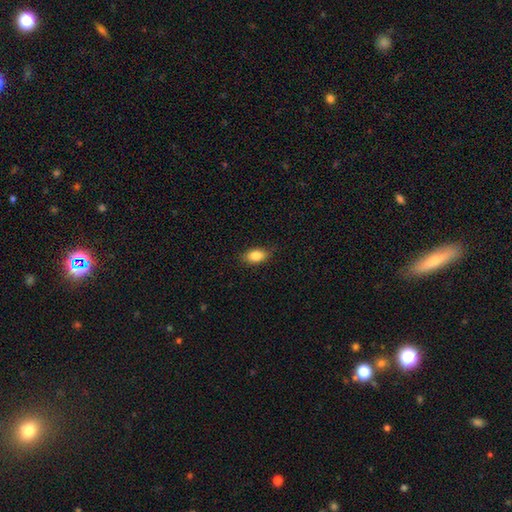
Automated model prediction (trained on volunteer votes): A smooth galaxy with no disk features (85%) that is in between round and cigar-shaped (87%).

Vote fractions:
- Smooth or featured? smooth: 85% / featured or disk: 8% / star or artifact: 8%
- How rounded? in between: 87% / round: 9% / cigar-shaped: 4%
- Merging? none: 82% / minor disturbance: 15% / major disturbance: 3% / merger: 1%